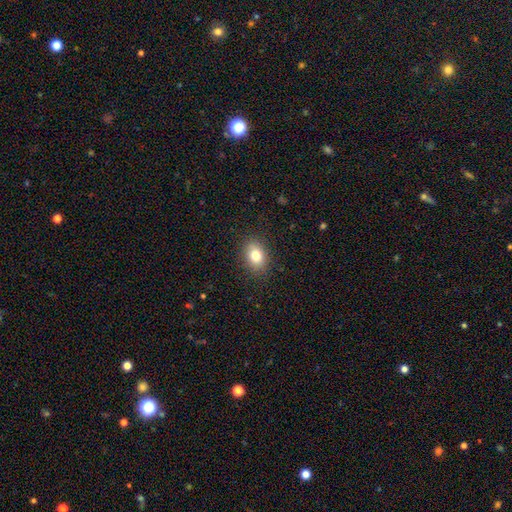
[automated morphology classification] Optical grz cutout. It shows a smooth galaxy with no disk features (80%) that is in between round and cigar-shaped (74%). Merging: none (88%).